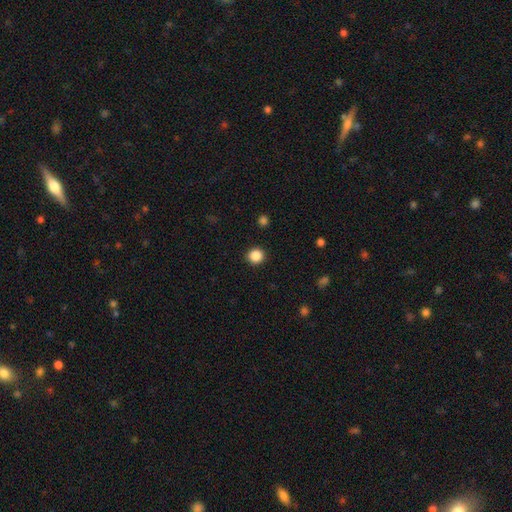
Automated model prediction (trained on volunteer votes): This appears to be a smooth galaxy with no disk features (87%) that is round (93%). Merging: none (92%).